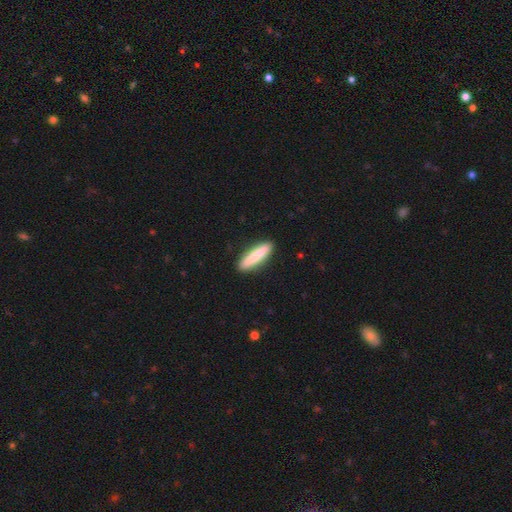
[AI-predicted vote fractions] This is clearly a smooth galaxy (80%). How rounded: clearly cigar-shaped (86%). Merging: clearly none (91%).